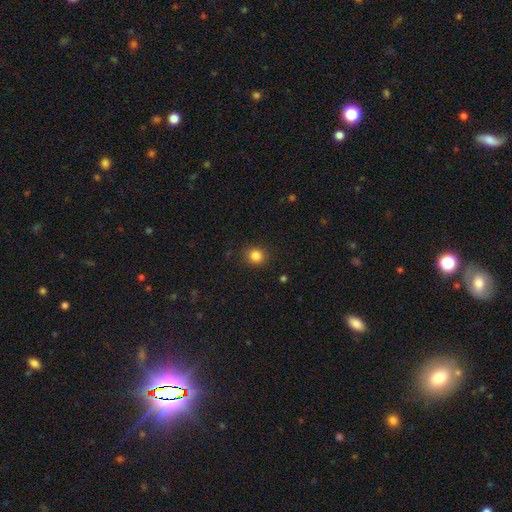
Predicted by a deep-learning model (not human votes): Overall: smooth (84%). How rounded: round (86%). Merging: none (89%).